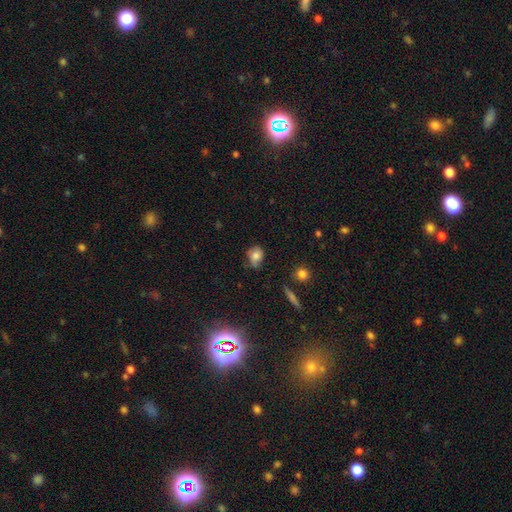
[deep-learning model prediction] smooth-or-featured: smooth: 77% | featured or disk: 13% | star or artifact: 10%
  how-rounded: in between: 49% (tied) | round: 49% (tied) | cigar-shaped: 2%
  merging: none: 55% | minor disturbance: 34% | major disturbance: 8% | merger: 3%